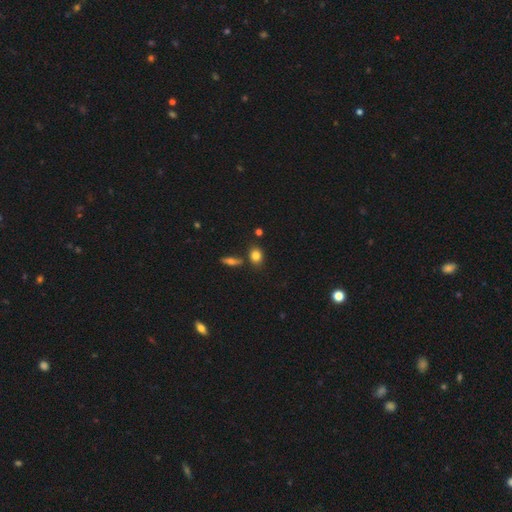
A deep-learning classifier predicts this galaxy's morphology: Smooth or featured? smooth (81%)
How rounded? round (49%)
Merging? none (74%)